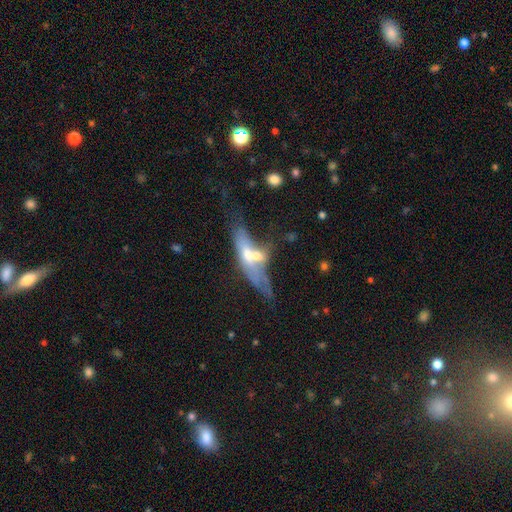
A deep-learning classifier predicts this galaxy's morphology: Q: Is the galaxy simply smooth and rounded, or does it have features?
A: featured or disk — 51%.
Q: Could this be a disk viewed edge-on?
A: no — 60%.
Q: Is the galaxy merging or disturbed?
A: merger — 59%.